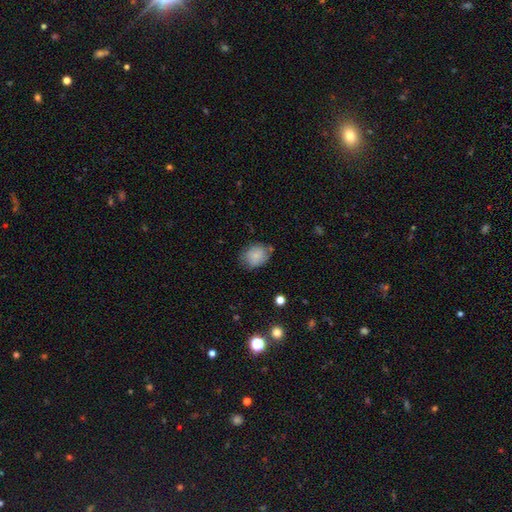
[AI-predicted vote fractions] Q: Smooth or featured?
A: smooth (79%); runner-up: featured or disk (13%)
Q: How rounded?
A: in between (50%); runner-up: round (49%)
Q: Merging?
A: none (66%); runner-up: minor disturbance (24%)